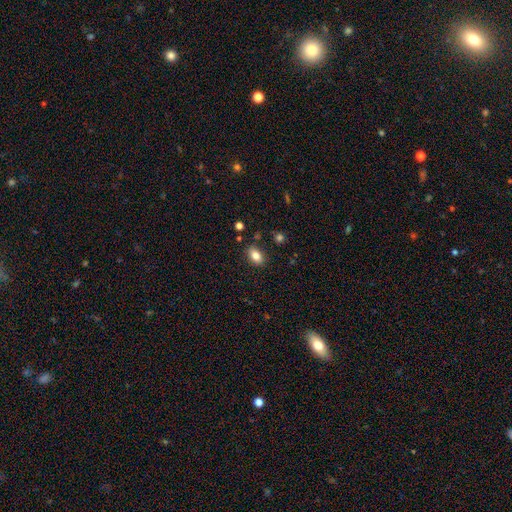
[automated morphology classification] type=smooth (83%); roundness=in between (86%); merging=none (83%).